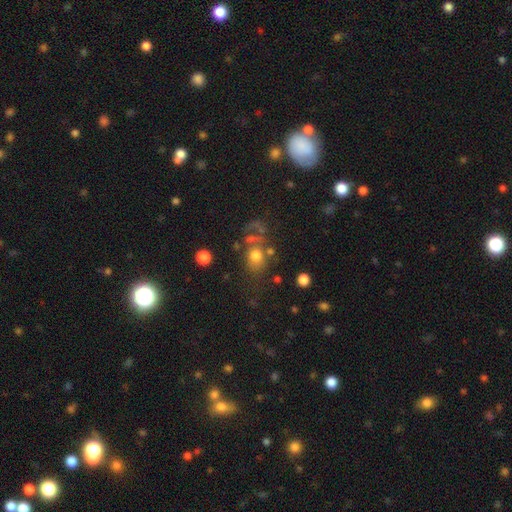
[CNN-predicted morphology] This appears to be a smooth galaxy with no disk features (69%) that is round (60%). Merging: none (47%).